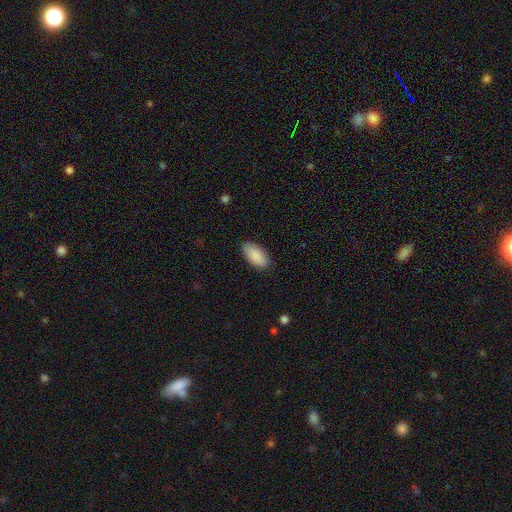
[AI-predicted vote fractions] The model was most divided on "merging": none: 86%, minor disturbance: 11%, major disturbance: 2%, merger: 1%. More confident: how rounded — in between (94%); smooth or featured — smooth (90%).